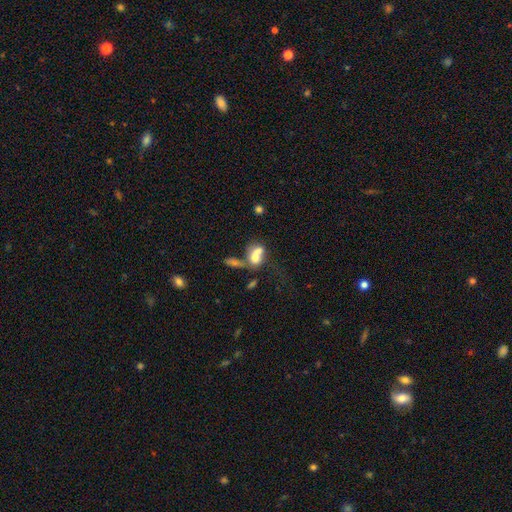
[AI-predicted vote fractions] This appears to be a smooth galaxy with no disk features (62%) that is in between round and cigar-shaped (61%). Merging: merger (68%).